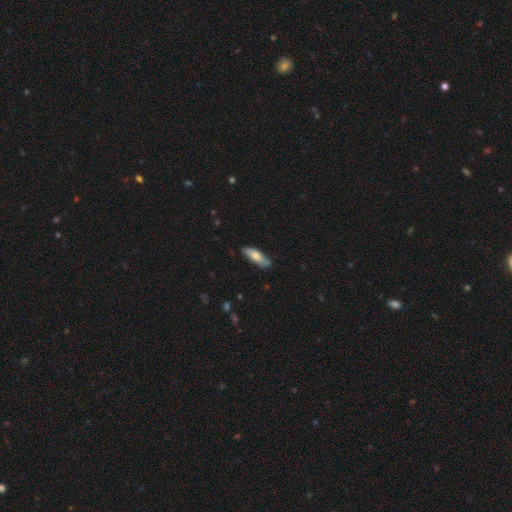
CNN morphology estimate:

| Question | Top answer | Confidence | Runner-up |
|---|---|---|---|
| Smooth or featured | smooth | 68% | featured or disk (26%) |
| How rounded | in between | 58% | cigar-shaped (40%) |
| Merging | none | 78% | minor disturbance (18%) |